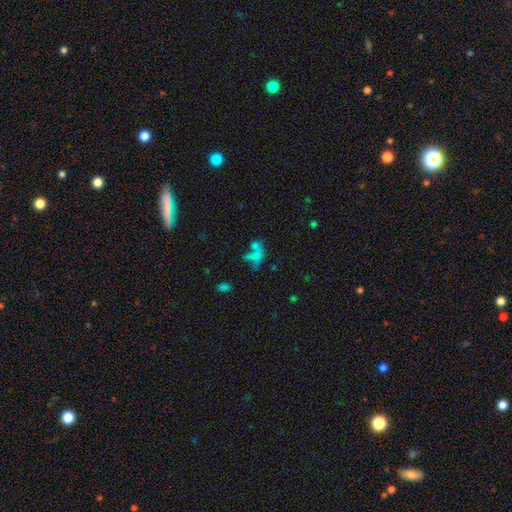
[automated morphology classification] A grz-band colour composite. It shows a smooth galaxy with no disk features (59%) that is in between round and cigar-shaped (67%). Merging: merger (37%).